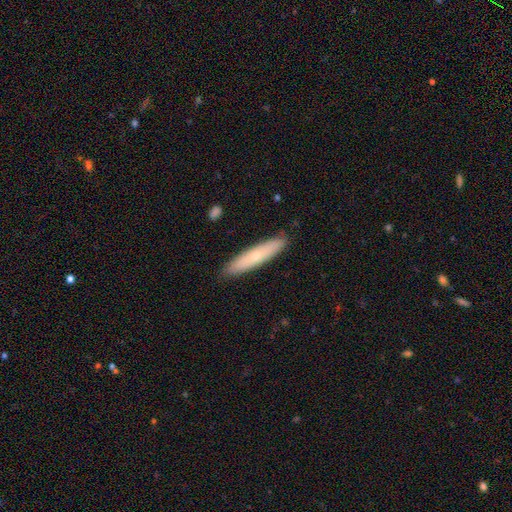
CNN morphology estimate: smooth_or_featured: smooth (p=0.56) [alt: featured or disk p=0.38]
how_rounded: cigar-shaped (p=0.86) [alt: in between p=0.13]
merging: none (p=0.89) [alt: minor disturbance p=0.08]